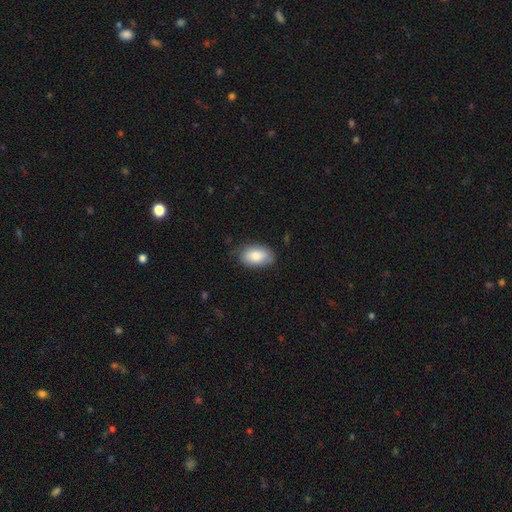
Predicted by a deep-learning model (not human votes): Morphology: type=smooth (82%); roundness=in between (92%); merging=none (77%).